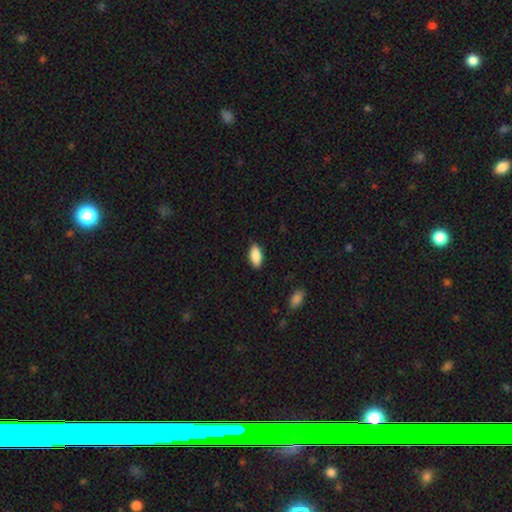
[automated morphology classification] A smooth galaxy with no disk features (88%) that is in between round and cigar-shaped (88%). Merging: none (86%).